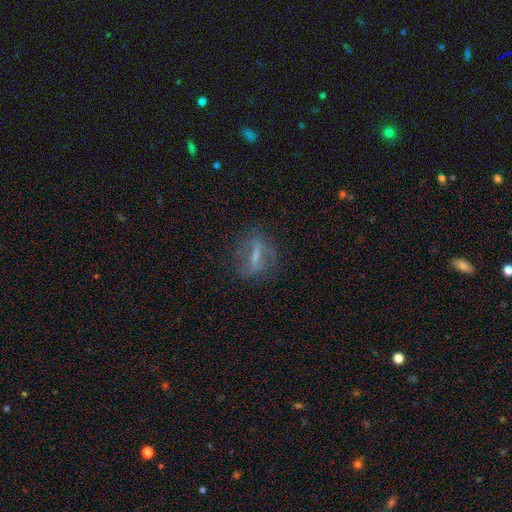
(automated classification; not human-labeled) Smooth or featured? featured or disk (58%)
Edge-on disk? no (77%)
Merging? none (67%)